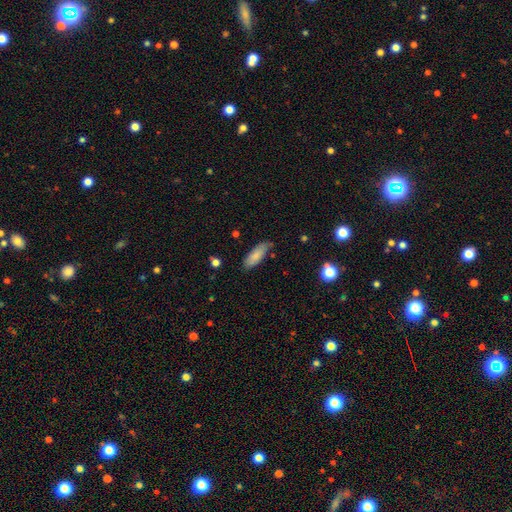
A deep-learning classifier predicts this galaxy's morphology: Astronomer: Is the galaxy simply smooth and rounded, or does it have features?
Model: smooth — 82%.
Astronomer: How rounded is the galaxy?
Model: in between — 66%.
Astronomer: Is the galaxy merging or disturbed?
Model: none — 72%.